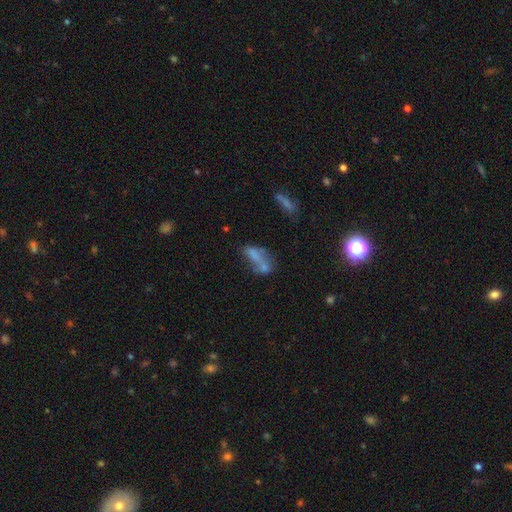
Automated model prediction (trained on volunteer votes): A smooth galaxy with no disk features (56%) that is in between round and cigar-shaped (72%).

Vote fractions:
- Smooth or featured? smooth: 56% / featured or disk: 31% / star or artifact: 13%
- How rounded? in between: 72% / cigar-shaped: 22% / round: 6%
- Merging? merger: 38% / none: 27% / major disturbance: 18% / minor disturbance: 17%